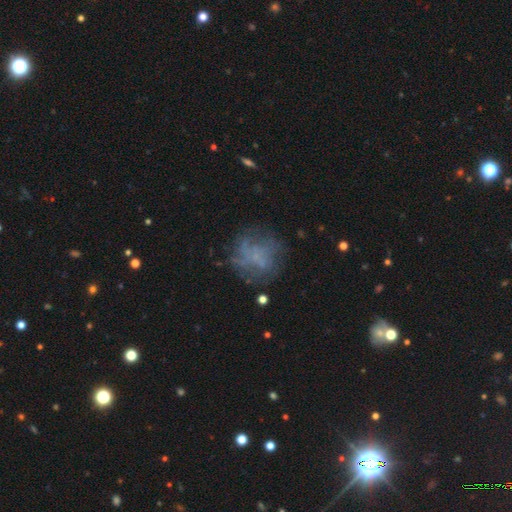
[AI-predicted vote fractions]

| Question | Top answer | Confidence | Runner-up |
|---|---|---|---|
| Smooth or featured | featured or disk | 48% | smooth (34%) |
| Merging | none | 64% | minor disturbance (17%) |